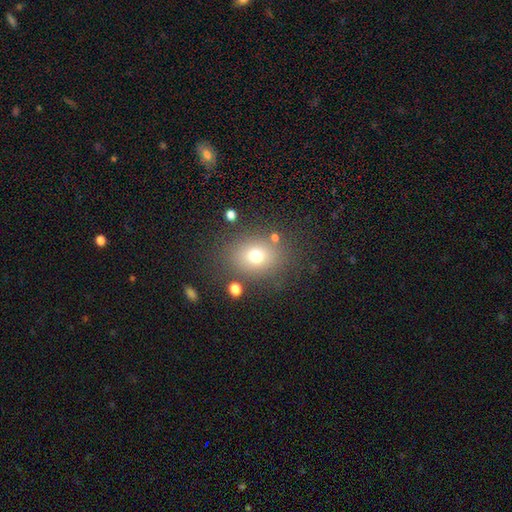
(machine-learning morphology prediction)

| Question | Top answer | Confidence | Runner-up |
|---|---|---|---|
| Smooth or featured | smooth | 72% | star or artifact (15%) |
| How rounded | round | 55% | in between (44%) |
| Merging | none | 78% | minor disturbance (12%) |